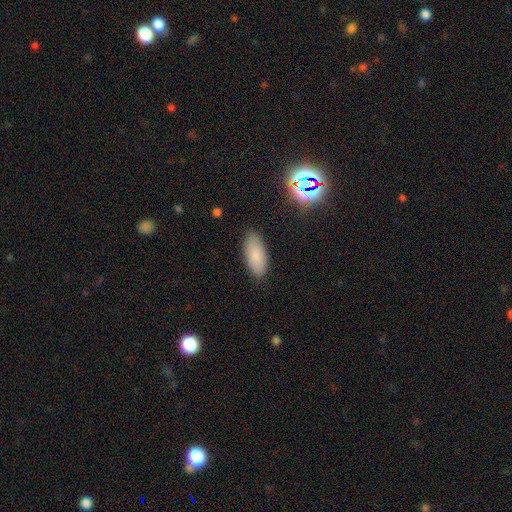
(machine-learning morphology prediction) Overall: smooth (84%). How rounded: in between (84%). Merging: none (86%).